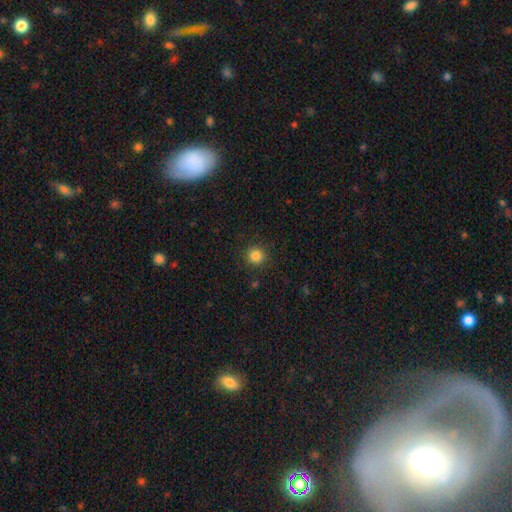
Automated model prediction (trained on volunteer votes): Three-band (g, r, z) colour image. It shows a smooth galaxy with no disk features (84%) that is round (94%). Merging: none (91%).